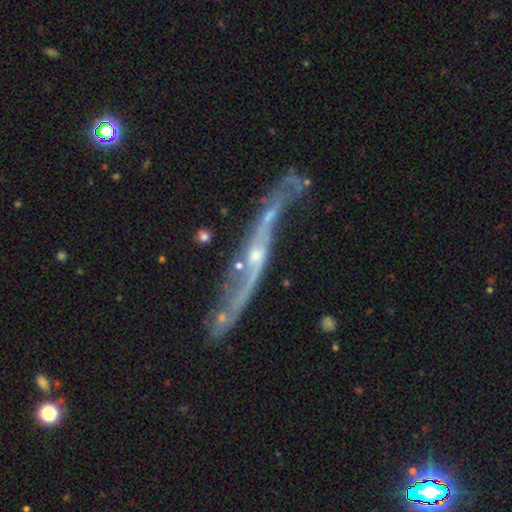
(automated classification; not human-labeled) Morphology: type=featured or disk (84%); edge-on=no (52%); merging=none (49%).